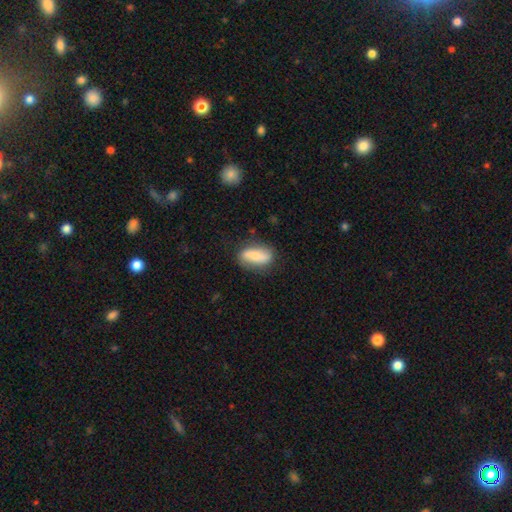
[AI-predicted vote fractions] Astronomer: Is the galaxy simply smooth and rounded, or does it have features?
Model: smooth — 62%.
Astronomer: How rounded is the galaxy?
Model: in between — 81%.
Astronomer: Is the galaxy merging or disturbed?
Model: none — 76%.